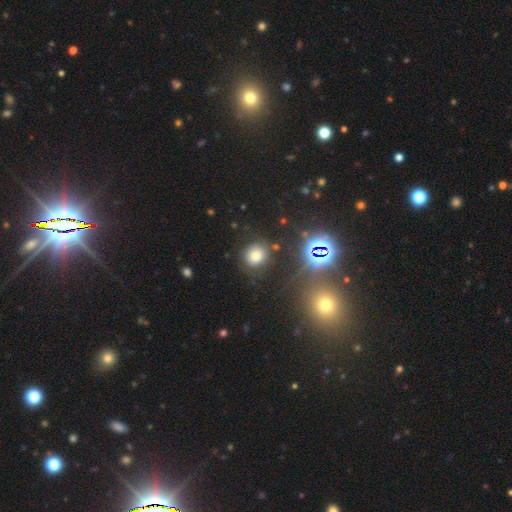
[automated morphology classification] The model was most divided on "smooth or featured": smooth: 71%, star or artifact: 20%, featured or disk: 9%. More confident: merging — none (81%); how rounded — round (79%).